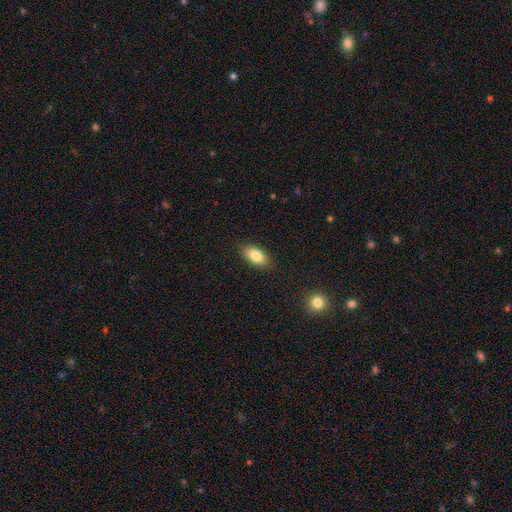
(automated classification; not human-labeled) Smooth or featured?
  - smooth: 83% *
  - featured or disk: 9%
  - star or artifact: 7%
How rounded?
  - in between: 90% *
  - cigar-shaped: 6%
  - round: 4%
Merging?
  - none: 87% *
  - minor disturbance: 10%
  - major disturbance: 2%
  - merger: 1%